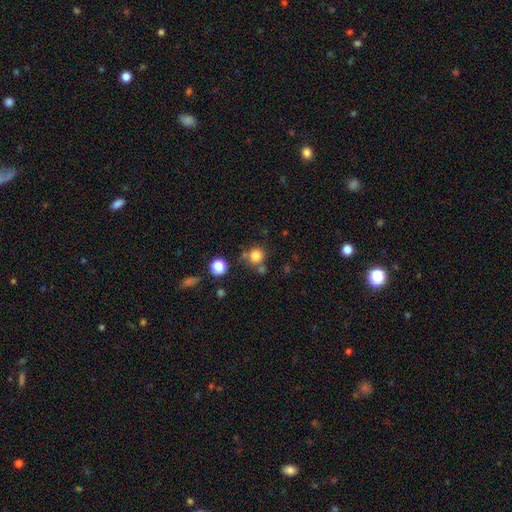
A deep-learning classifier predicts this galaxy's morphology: A smooth galaxy with no disk features (80%) that is round (90%). Merging: none (69%).